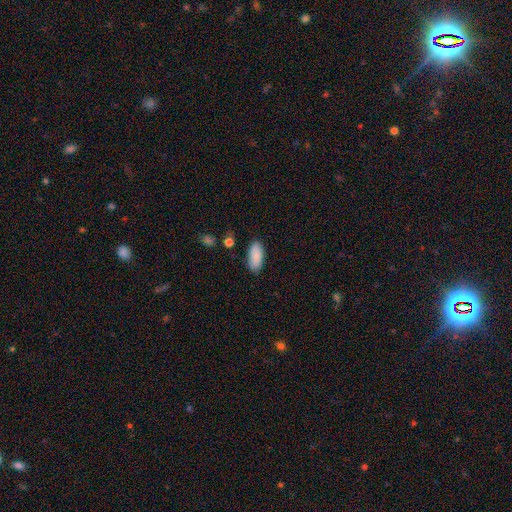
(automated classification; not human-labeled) This appears to be a smooth galaxy with no disk features (88%) that is in between round and cigar-shaped (88%). Merging: none (84%).